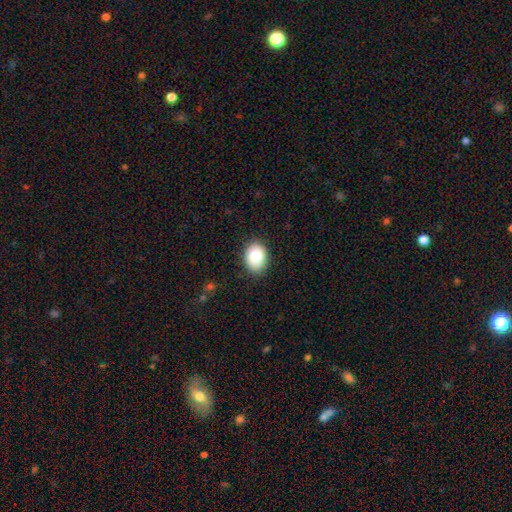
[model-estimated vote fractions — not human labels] Smooth or featured: smooth — 85% (star or artifact — 8%)
How rounded: in between — 71% (round — 28%)
Merging: none — 83% (minor disturbance — 13%)